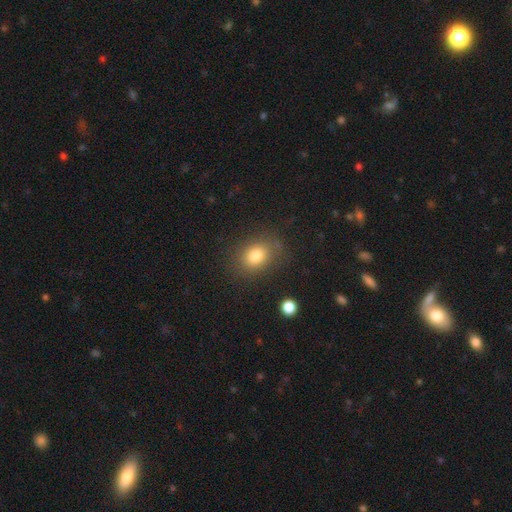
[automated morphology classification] This appears to be a smooth galaxy with no disk features (80%) that is in between round and cigar-shaped (61%). Merging: none (80%).